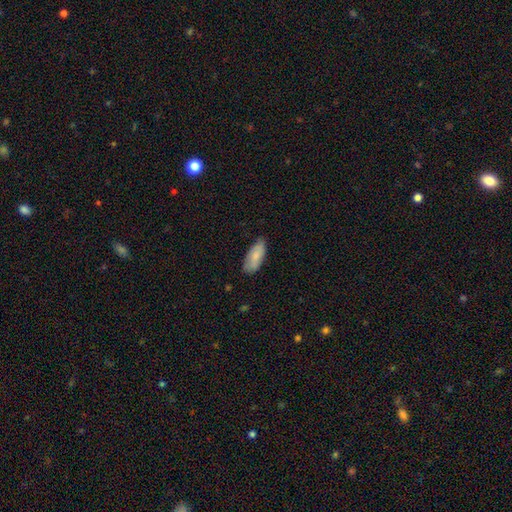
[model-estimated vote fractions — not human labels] smooth_or_featured: smooth (p=0.79) [alt: featured or disk p=0.15]
how_rounded: in between (p=0.83) [alt: cigar-shaped p=0.15]
merging: none (p=0.73) [alt: minor disturbance p=0.22]